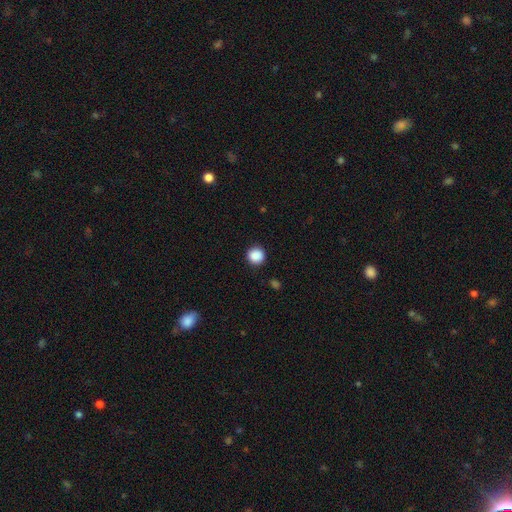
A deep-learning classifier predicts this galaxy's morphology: smooth-or-featured: smooth: 88% | star or artifact: 9% | featured or disk: 3%
  how-rounded: round: 94% | in between: 5% | cigar-shaped: 1%
  merging: none: 91% | minor disturbance: 6% | major disturbance: 2% | merger: 1%